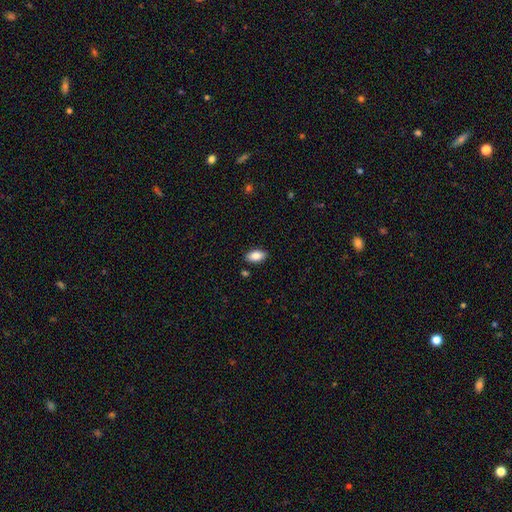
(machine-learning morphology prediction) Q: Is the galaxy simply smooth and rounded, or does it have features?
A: smooth — 86%.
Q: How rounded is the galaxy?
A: in between — 92%.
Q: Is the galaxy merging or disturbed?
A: none — 88%.